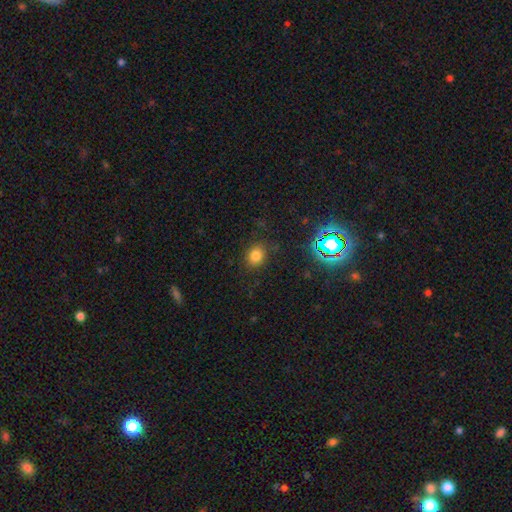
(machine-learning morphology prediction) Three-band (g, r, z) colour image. It shows a smooth galaxy with no disk features (75%) that is round (66%). Merging: none (81%).